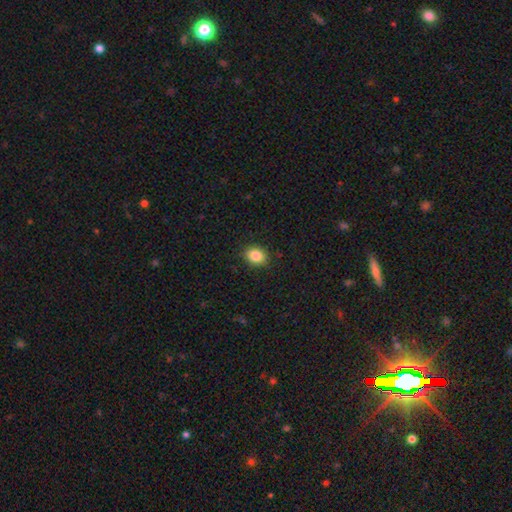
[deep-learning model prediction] Smooth or featured? smooth (86%)
How rounded? in between (54%)
Merging? none (88%)